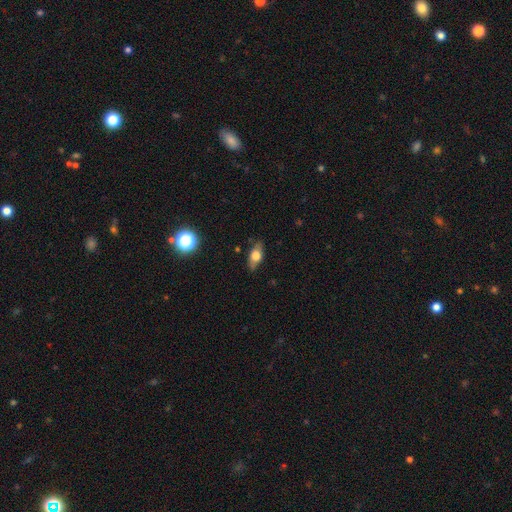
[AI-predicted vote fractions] smooth-or-featured: smooth: 55% | featured or disk: 37% | star or artifact: 9%
  how-rounded: in between: 75% | cigar-shaped: 15% | round: 11%
  merging: none: 81% | minor disturbance: 15% | major disturbance: 3% | merger: 1%